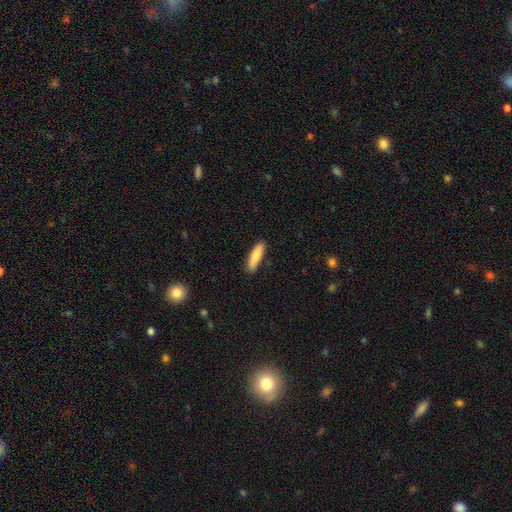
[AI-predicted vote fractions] Morphology: type=smooth (79%); roundness=cigar-shaped (65%); merging=none (87%).